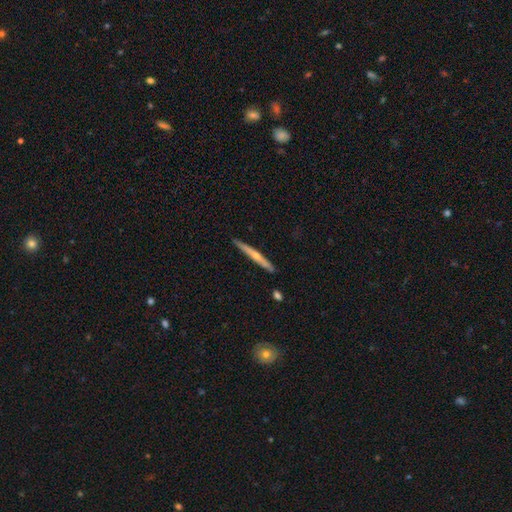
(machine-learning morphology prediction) The model was most divided on "smooth or featured": featured or disk: 55%, smooth: 39%, star or artifact: 6%. More confident: edge-on disk — yes (96%); merging — none (87%); edge-on bulge — rounded (64%).